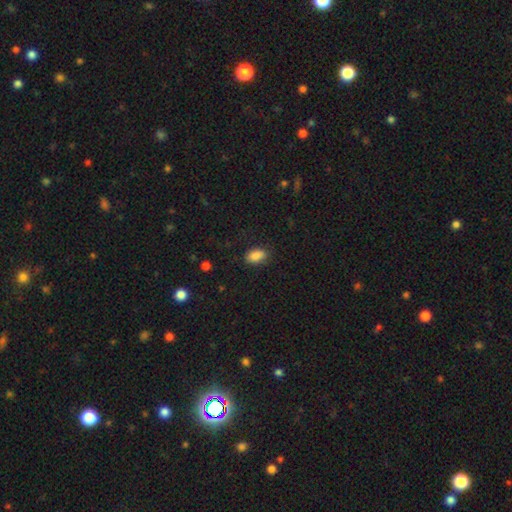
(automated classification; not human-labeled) This is clearly a smooth galaxy (88%). How rounded: clearly in between (90%). Merging: clearly none (84%).